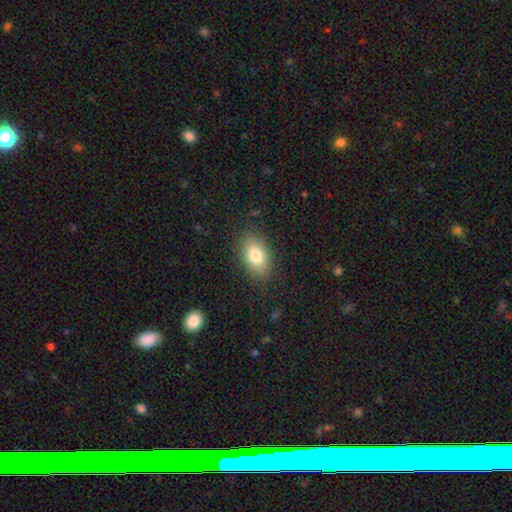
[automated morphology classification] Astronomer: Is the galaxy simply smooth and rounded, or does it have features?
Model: smooth — 80%.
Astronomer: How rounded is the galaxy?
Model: in between — 88%.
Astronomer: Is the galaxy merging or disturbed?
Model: none — 84%.